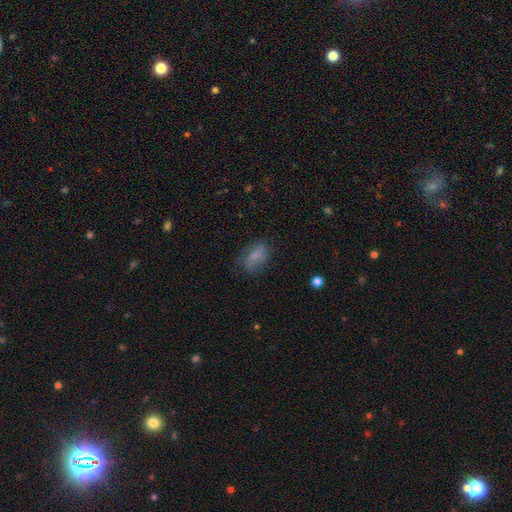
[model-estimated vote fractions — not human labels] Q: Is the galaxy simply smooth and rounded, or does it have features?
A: smooth — 70%.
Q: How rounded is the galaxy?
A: in between — 83%.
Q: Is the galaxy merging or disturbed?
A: none — 61%.